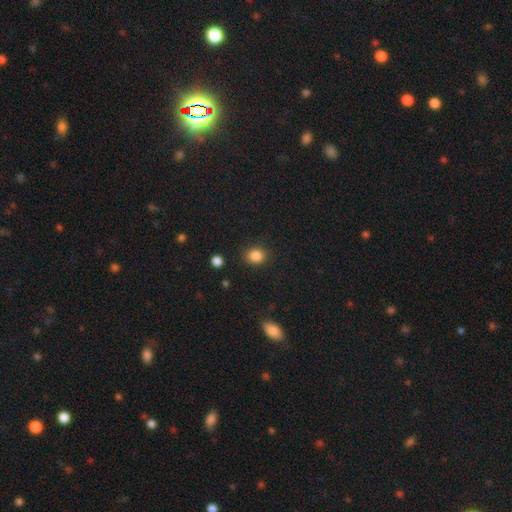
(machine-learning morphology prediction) Q: Smooth or featured?
A: smooth (86%); runner-up: star or artifact (11%)
Q: How rounded?
A: round (60%); runner-up: in between (39%)
Q: Merging?
A: none (85%); runner-up: minor disturbance (11%)